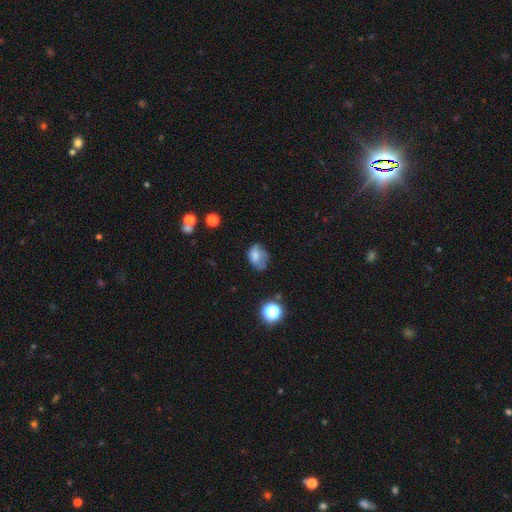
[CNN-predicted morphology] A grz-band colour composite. It shows a smooth galaxy with no disk features (68%) that is in between round and cigar-shaped (73%). Merging: none (44%).